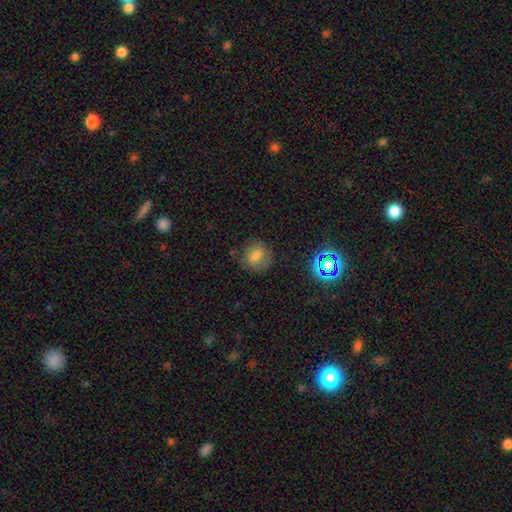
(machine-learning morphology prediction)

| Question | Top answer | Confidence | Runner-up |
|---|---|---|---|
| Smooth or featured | smooth | 69% | star or artifact (17%) |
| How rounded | round | 77% | in between (21%) |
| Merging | none | 77% | minor disturbance (16%) |